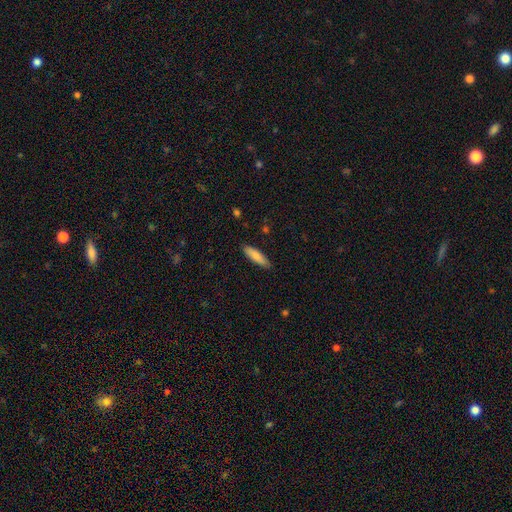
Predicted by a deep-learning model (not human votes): Overall: smooth (83%). How rounded: cigar-shaped (66%; in between 32%). Merging: none (88%).